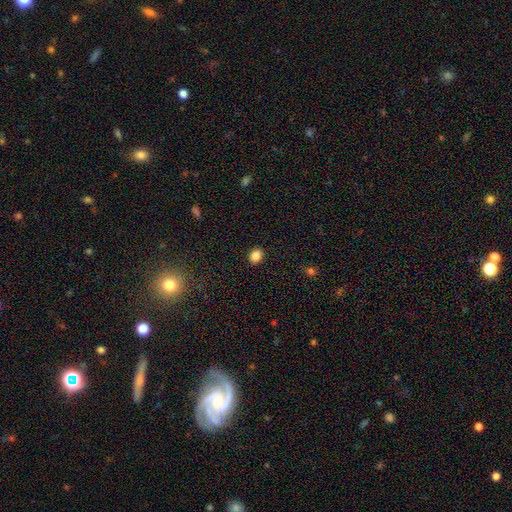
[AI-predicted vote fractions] A smooth galaxy with no disk features (86%) that is round (54%).

Vote fractions:
- Smooth or featured? smooth: 86% / star or artifact: 10% / featured or disk: 4%
- How rounded? round: 54% / in between: 45% / cigar-shaped: 1%
- Merging? none: 90% / minor disturbance: 7% / major disturbance: 2% / merger: 1%